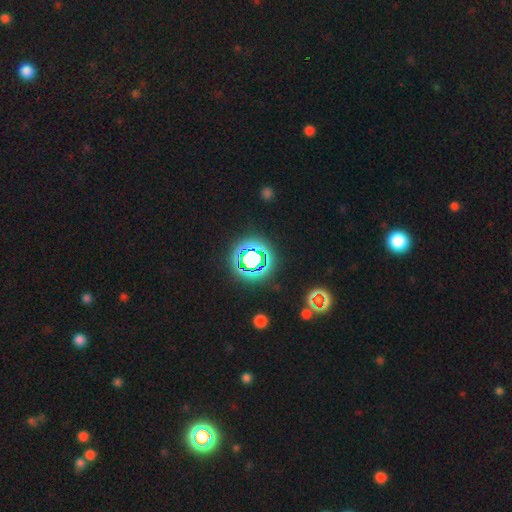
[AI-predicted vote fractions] This is likely a star or artifact rather than a galaxy (75%).